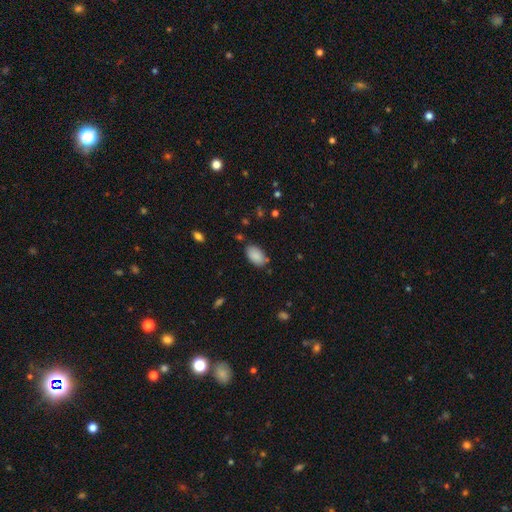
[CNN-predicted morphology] smooth-or-featured: smooth: 88% | star or artifact: 7% | featured or disk: 5%
  how-rounded: in between: 94% | round: 4% | cigar-shaped: 1%
  merging: none: 79% | minor disturbance: 15% | major disturbance: 3% | merger: 3%